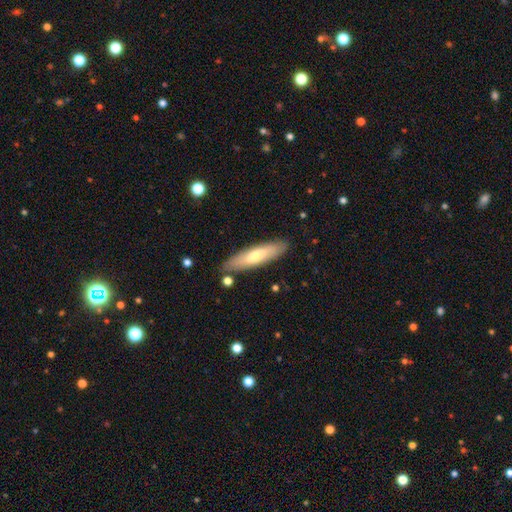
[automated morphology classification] Q: Smooth or featured?
A: smooth (58%); runner-up: featured or disk (36%)
Q: How rounded?
A: cigar-shaped (68%); runner-up: in between (31%)
Q: Merging?
A: none (85%); runner-up: minor disturbance (11%)